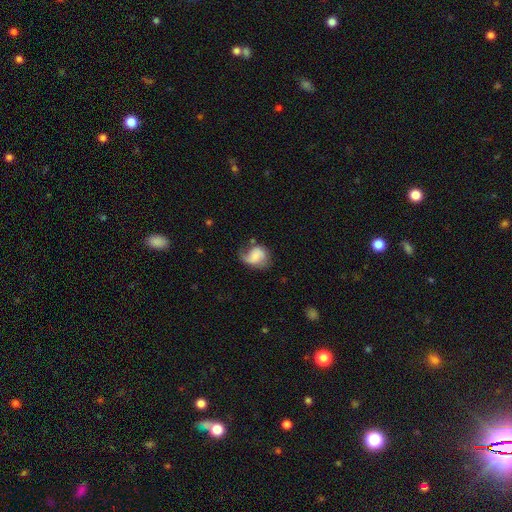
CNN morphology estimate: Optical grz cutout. It shows a featured or disk galaxy (50%). Merging: none (39%).